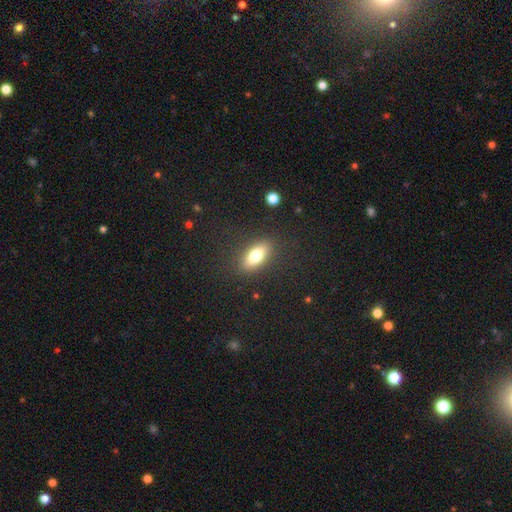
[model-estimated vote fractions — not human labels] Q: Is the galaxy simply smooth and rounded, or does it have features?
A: smooth — 74%.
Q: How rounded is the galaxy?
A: in between — 82%.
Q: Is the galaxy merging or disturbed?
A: none — 86%.